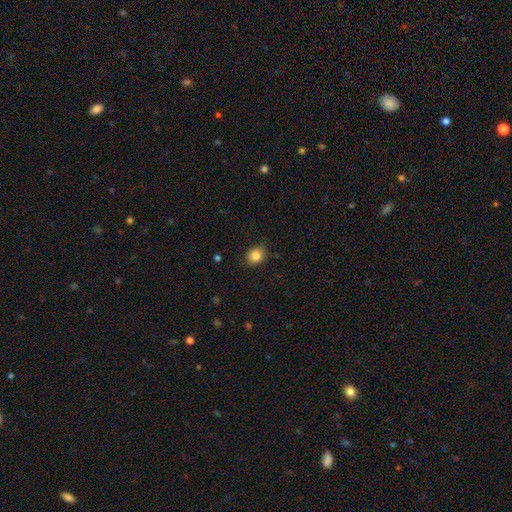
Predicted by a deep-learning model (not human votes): A smooth galaxy with no disk features (86%) that is round (64%).

Vote fractions:
- Smooth or featured? smooth: 86% / star or artifact: 9% / featured or disk: 5%
- How rounded? round: 64% / in between: 35% / cigar-shaped: 1%
- Merging? none: 82% / minor disturbance: 14% / major disturbance: 3% / merger: 1%